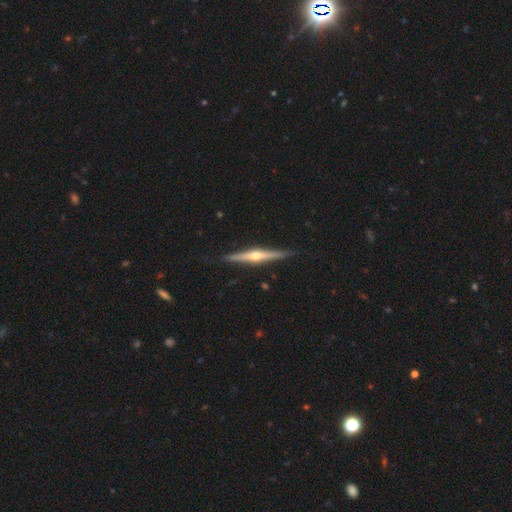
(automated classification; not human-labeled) This appears to be a featured or disk galaxy (80%) viewed edge-on (98%) with a rounded central bulge (91%). Merging: none (90%).